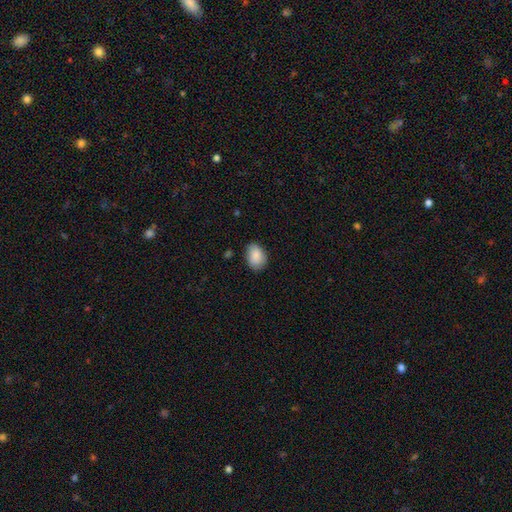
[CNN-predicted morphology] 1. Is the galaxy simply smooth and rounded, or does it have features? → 87% smooth, 7% star or artifact, 6% featured or disk.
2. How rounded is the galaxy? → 80% in between, 19% round, 1% cigar-shaped.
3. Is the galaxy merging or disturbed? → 77% none, 18% minor disturbance, 3% major disturbance, 1% merger.